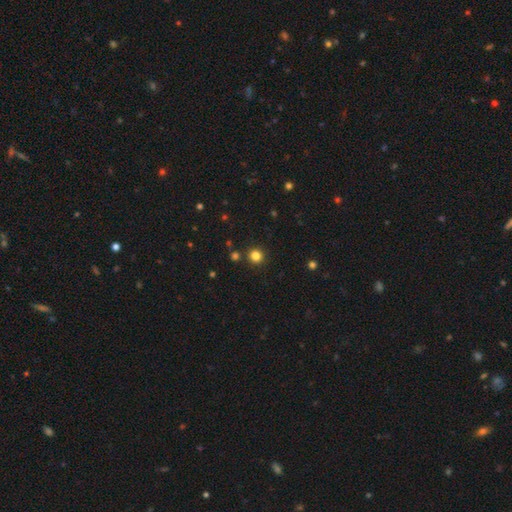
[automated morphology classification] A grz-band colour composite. It shows a smooth galaxy with no disk features (81%) that is round (95%). Merging: none (90%).